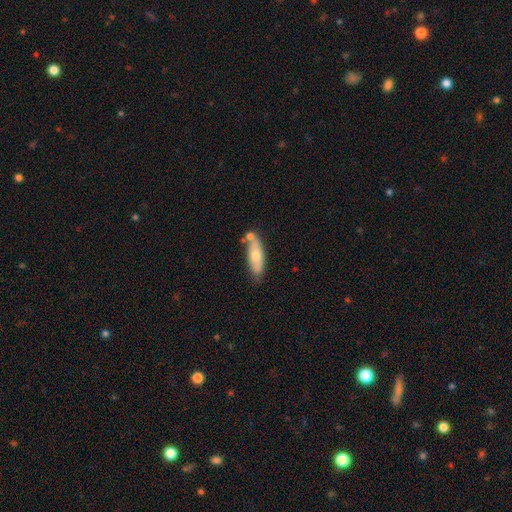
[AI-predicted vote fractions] Smooth or featured? smooth (65%)
How rounded? in between (59%)
Merging? none (58%)